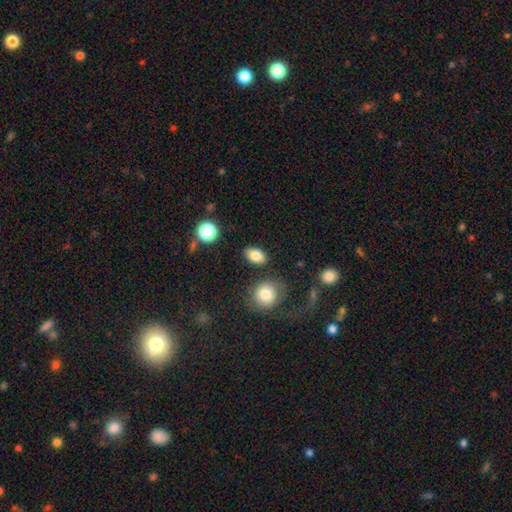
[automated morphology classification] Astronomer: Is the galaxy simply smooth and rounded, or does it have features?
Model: smooth — 84%.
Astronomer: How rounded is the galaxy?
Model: in between — 84%.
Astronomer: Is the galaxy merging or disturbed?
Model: none — 84%.